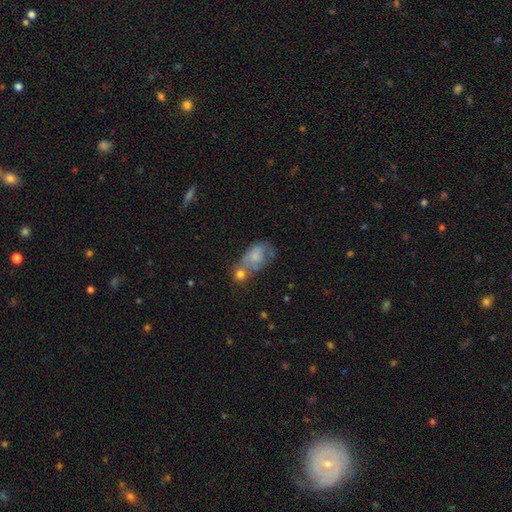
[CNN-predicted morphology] Overall: smooth (62%; featured or disk 29%). How rounded: in between (85%). Merging: merger (41%; none 22%).